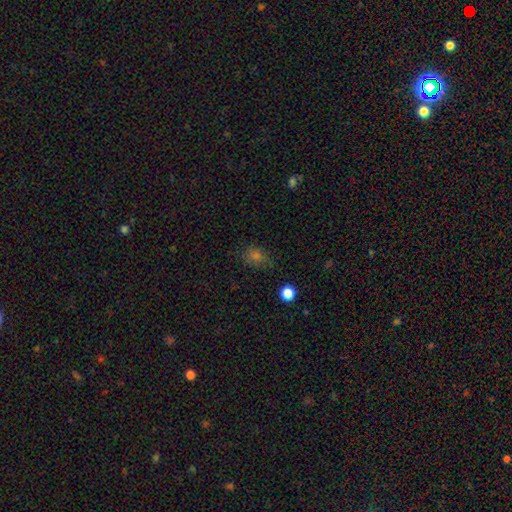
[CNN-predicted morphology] This is likely a smooth galaxy (68%). How rounded: possibly in between (53%). Merging: likely none (74%).